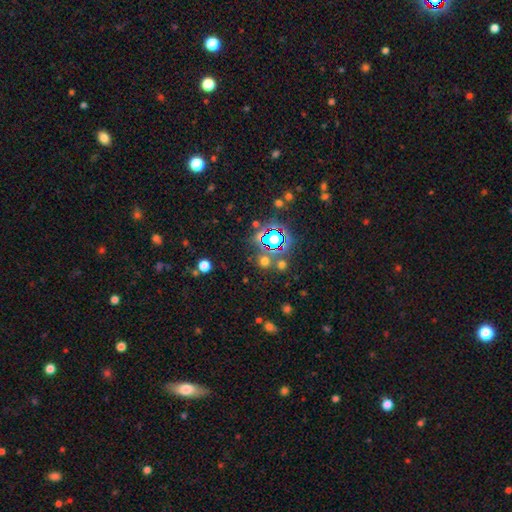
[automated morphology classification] type=star or artifact (78%).